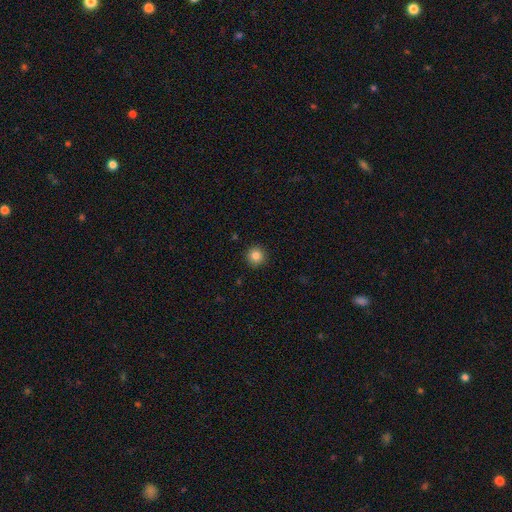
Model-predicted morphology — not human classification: Smooth or featured?
  - smooth: 83% *
  - star or artifact: 11%
  - featured or disk: 6%
How rounded?
  - round: 96% *
  - in between: 3%
  - cigar-shaped: 1%
Merging?
  - none: 93% *
  - minor disturbance: 5%
  - major disturbance: 2%
  - merger: 1%